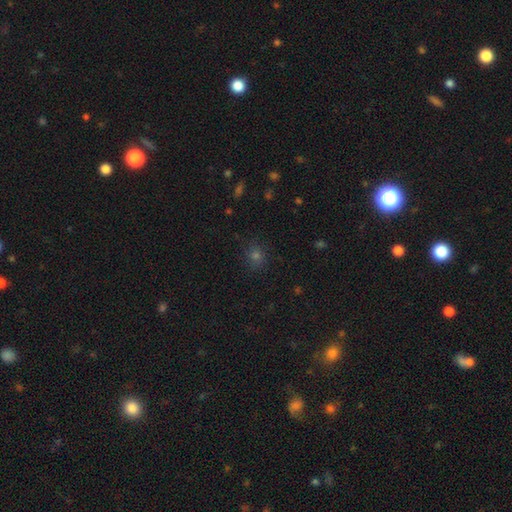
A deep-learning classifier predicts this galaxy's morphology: This is likely a smooth galaxy (63%). How rounded: likely round (79%). Merging: clearly none (83%).